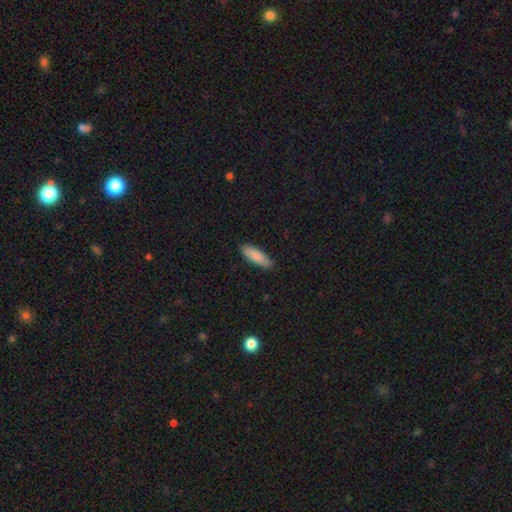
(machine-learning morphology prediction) Q: Smooth or featured?
A: smooth (87%); runner-up: featured or disk (8%)
Q: How rounded?
A: in between (52%); runner-up: cigar-shaped (47%)
Q: Merging?
A: none (85%); runner-up: minor disturbance (12%)